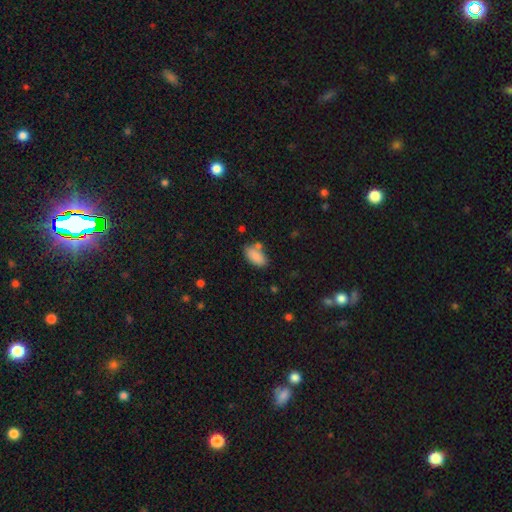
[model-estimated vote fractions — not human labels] smooth-or-featured: smooth: 87% | star or artifact: 8% | featured or disk: 5%
  how-rounded: in between: 92% | cigar-shaped: 5% | round: 3%
  merging: none: 67% | minor disturbance: 16% | merger: 13% | major disturbance: 4%